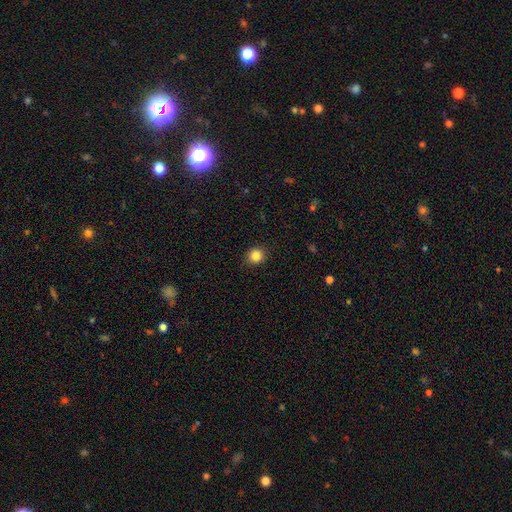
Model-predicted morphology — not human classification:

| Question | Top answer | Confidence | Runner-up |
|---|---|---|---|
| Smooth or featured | smooth | 85% | star or artifact (11%) |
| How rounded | round | 89% | in between (10%) |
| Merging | none | 88% | minor disturbance (9%) |